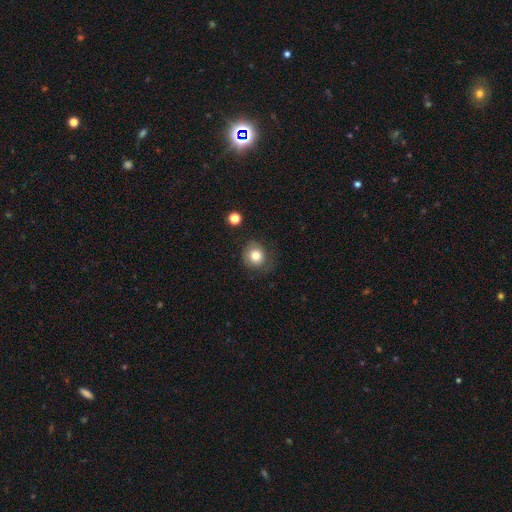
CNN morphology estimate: smooth_or_featured: smooth (p=0.79) [alt: star or artifact p=0.10]
how_rounded: round (p=0.82) [alt: in between p=0.17]
merging: none (p=0.72) [alt: minor disturbance p=0.18]